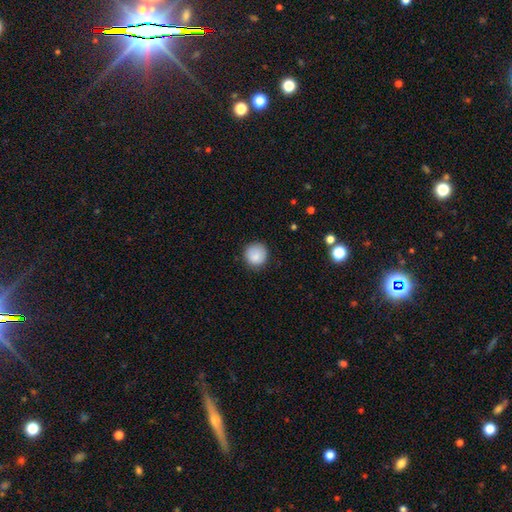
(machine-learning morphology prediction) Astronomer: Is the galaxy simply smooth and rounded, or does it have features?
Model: smooth — 87%.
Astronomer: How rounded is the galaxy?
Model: round — 93%.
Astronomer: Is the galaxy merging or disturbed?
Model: none — 84%.